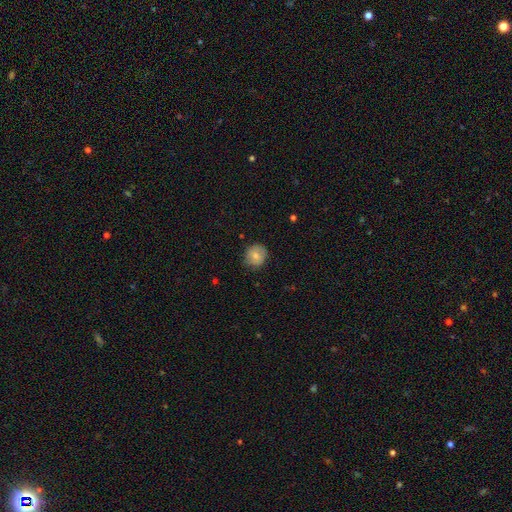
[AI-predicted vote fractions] A smooth galaxy with no disk features (74%) that is round (82%). Merging: none (76%).